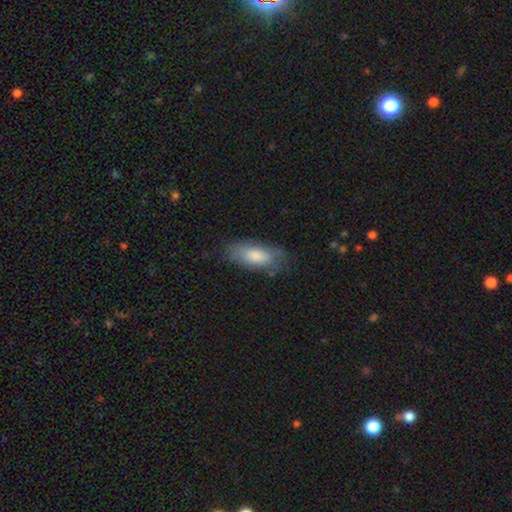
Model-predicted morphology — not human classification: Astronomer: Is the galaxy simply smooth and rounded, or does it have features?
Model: smooth — 79%.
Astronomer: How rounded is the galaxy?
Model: in between — 84%.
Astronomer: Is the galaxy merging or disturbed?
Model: none — 69%.